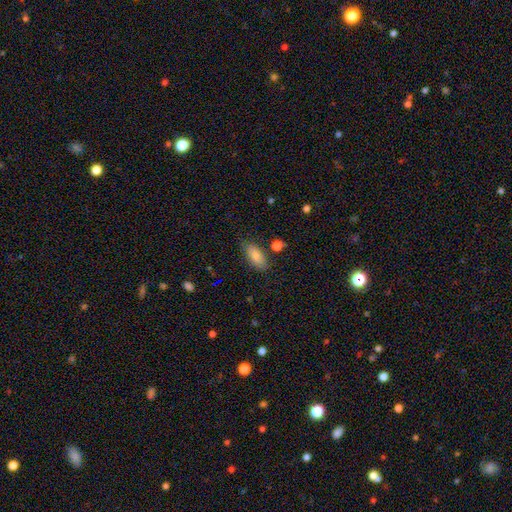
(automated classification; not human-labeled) This is clearly a smooth galaxy (84%). How rounded: clearly in between (88%). Merging: likely none (80%).